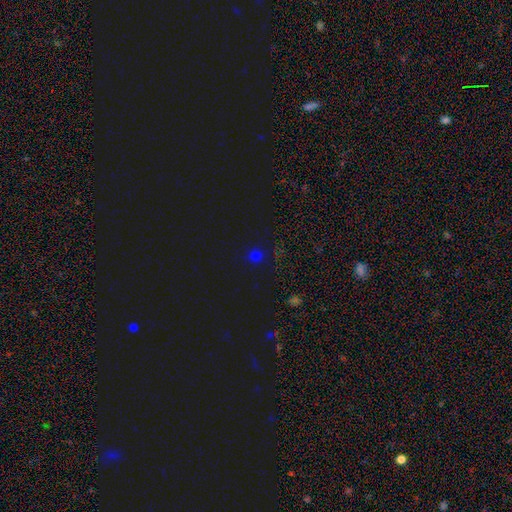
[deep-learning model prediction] Overall: smooth (64%; star or artifact 32%). How rounded: round (93%). Merging: none (90%).